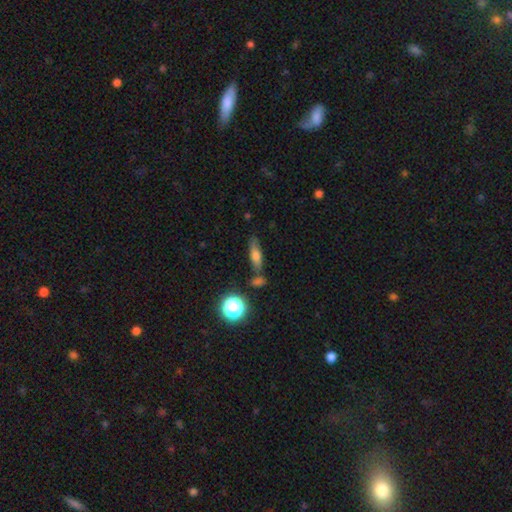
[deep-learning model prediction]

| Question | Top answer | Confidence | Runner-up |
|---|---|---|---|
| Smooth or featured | smooth | 61% | featured or disk (26%) |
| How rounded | cigar-shaped | 49% | in between (42%) |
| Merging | none | 66% | minor disturbance (15%) |